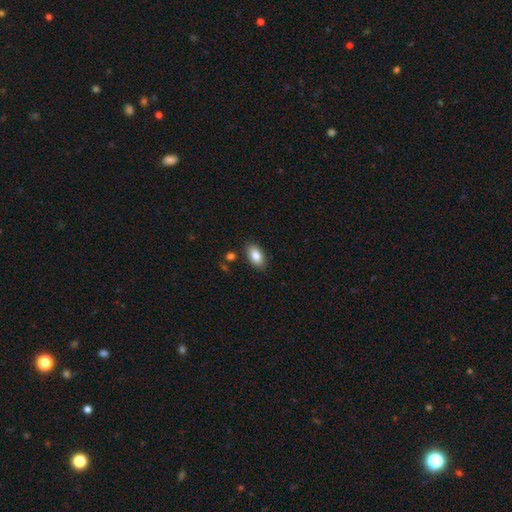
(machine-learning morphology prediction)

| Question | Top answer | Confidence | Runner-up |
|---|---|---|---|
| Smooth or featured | smooth | 82% | featured or disk (10%) |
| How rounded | in between | 92% | round (5%) |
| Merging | none | 85% | minor disturbance (10%) |